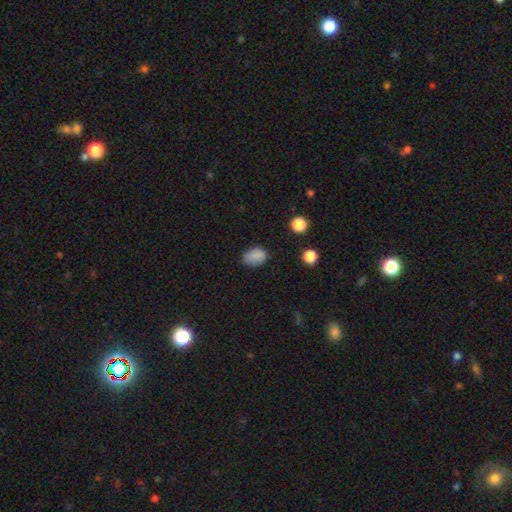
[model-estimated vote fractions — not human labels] A smooth galaxy with no disk features (84%) that is in between round and cigar-shaped (80%). Merging: none (77%).